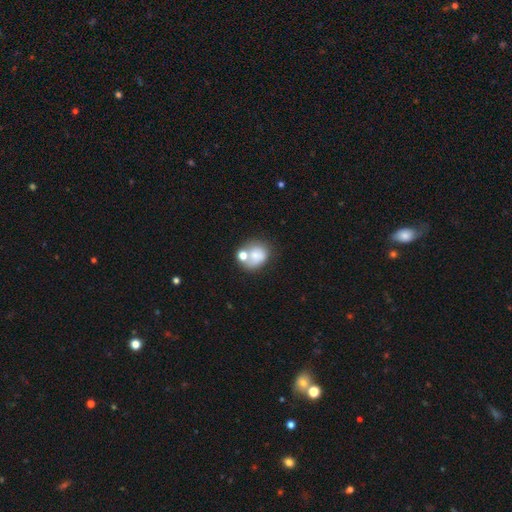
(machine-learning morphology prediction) smooth-or-featured: smooth: 71% | featured or disk: 18% | star or artifact: 10%
  how-rounded: round: 62% | in between: 37% | cigar-shaped: 1%
  merging: none: 38% | merger: 37% | minor disturbance: 16% | major disturbance: 10%